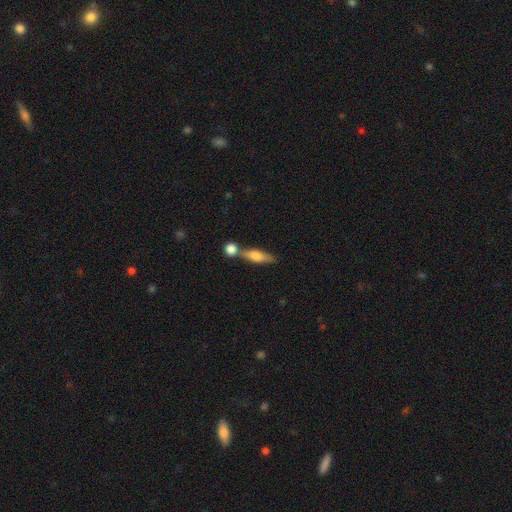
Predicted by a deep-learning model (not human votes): A smooth galaxy with no disk features (58%) that is cigar-shaped (53%). Merging: none (50%).